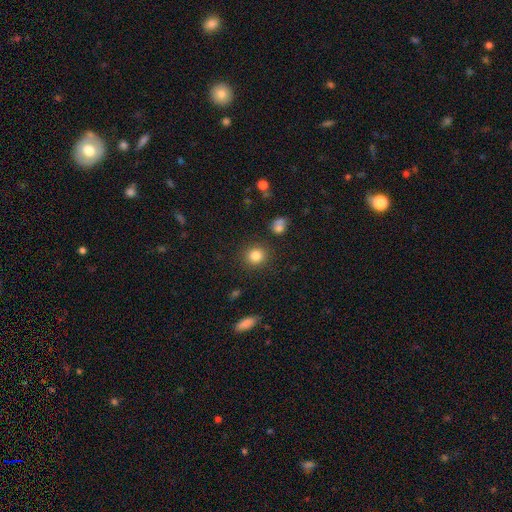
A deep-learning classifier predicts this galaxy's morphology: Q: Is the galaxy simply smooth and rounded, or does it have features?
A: smooth — 83%.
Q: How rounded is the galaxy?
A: round — 88%.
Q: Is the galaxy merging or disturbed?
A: none — 88%.